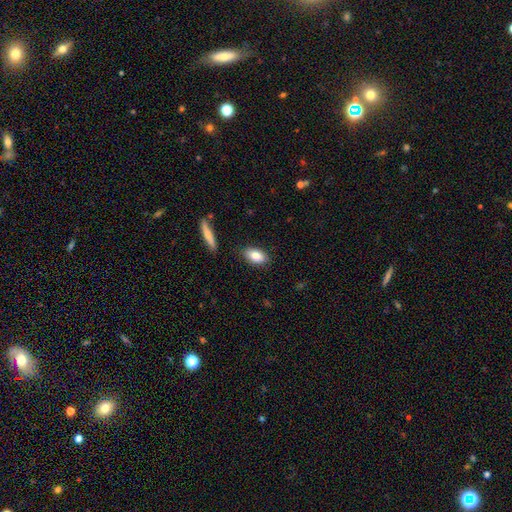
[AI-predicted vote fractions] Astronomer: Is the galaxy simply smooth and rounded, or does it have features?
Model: smooth — 82%.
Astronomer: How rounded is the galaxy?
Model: in between — 90%.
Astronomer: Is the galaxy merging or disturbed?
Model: none — 85%.